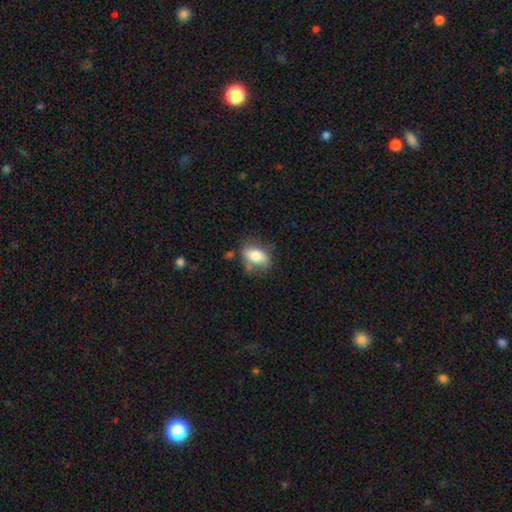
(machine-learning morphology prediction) Q: Smooth or featured?
A: smooth (76%); runner-up: featured or disk (17%)
Q: How rounded?
A: in between (84%); runner-up: round (13%)
Q: Merging?
A: none (63%); runner-up: minor disturbance (23%)